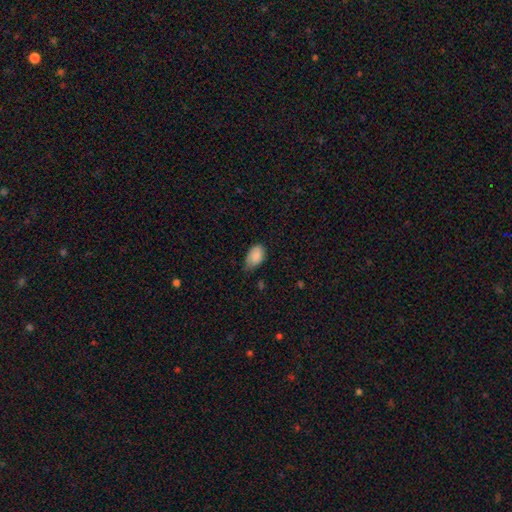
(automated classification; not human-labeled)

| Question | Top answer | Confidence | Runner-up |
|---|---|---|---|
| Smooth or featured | smooth | 84% | featured or disk (8%) |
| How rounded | in between | 91% | round (8%) |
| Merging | none | 50% | minor disturbance (41%) |